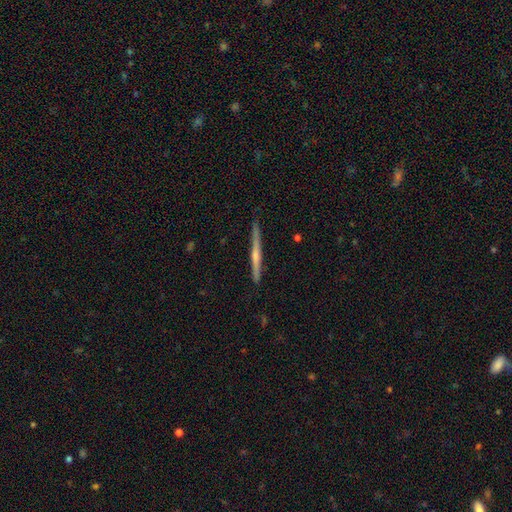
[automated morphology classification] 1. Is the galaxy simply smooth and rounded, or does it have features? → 69% featured or disk, 22% smooth, 9% star or artifact.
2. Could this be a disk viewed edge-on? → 97% yes, 3% no.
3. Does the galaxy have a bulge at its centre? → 69% rounded, 22% none, 9% boxy.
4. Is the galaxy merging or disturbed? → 88% none, 8% minor disturbance, 2% major disturbance, 2% merger.